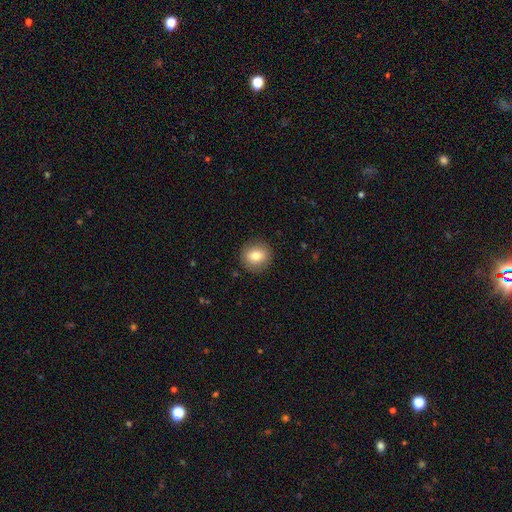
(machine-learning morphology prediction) Smooth or featured? Predicted: smooth (p=0.79). How rounded? Predicted: round (p=0.86). Merging? Predicted: none (p=0.89).